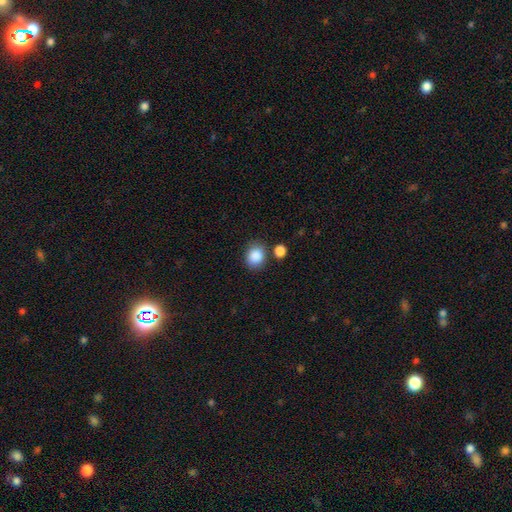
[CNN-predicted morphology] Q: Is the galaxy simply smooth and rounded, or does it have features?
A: smooth — 88%.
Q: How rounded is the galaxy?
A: round — 63%.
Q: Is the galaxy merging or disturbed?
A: none — 76%.